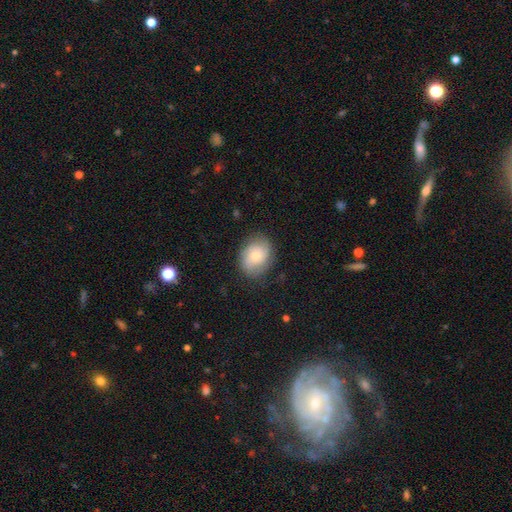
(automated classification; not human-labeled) Smooth or featured? smooth (58%)
How rounded? in between (51%)
Merging? none (75%)